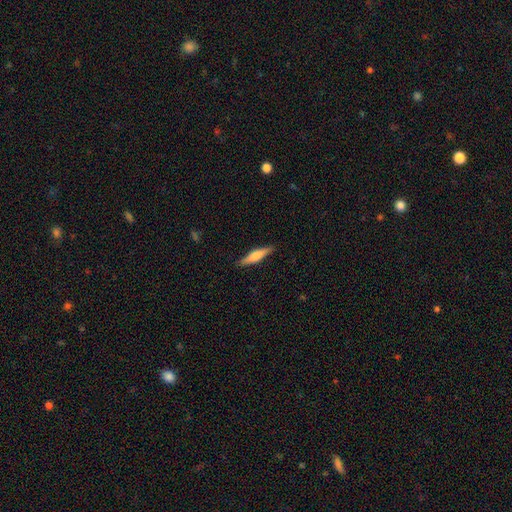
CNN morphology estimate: A smooth galaxy with no disk features (50%).

Vote fractions:
- Smooth or featured? smooth: 50% / featured or disk: 44% / star or artifact: 6%
- Merging? none: 89% / minor disturbance: 8% / major disturbance: 2% / merger: 1%